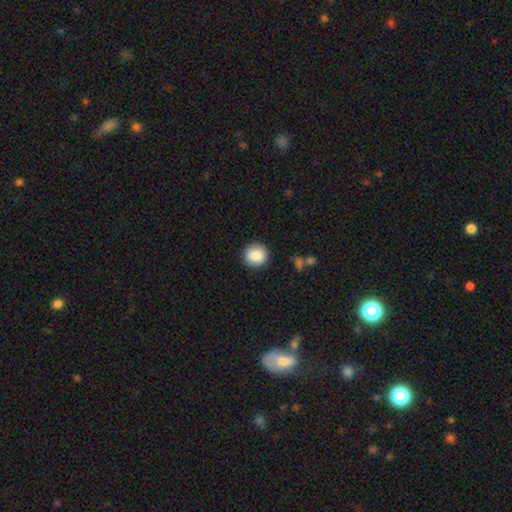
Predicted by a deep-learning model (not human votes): Q: Smooth or featured?
A: smooth (87%); runner-up: star or artifact (8%)
Q: How rounded?
A: round (91%); runner-up: in between (8%)
Q: Merging?
A: none (89%); runner-up: minor disturbance (8%)